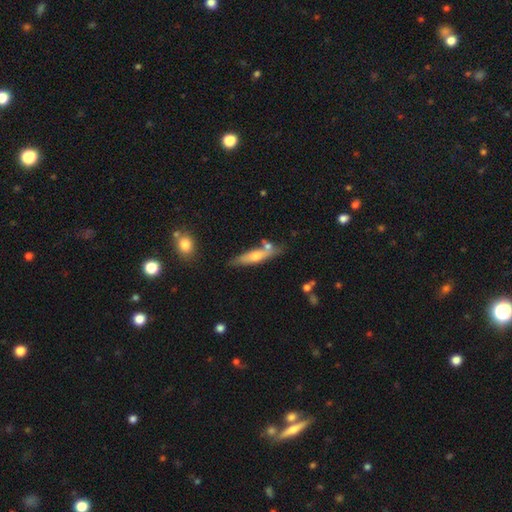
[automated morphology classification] Smooth or featured: smooth — 50% (featured or disk — 44%)
How rounded: cigar-shaped — 71% (in between — 27%)
Merging: none — 64% (minor disturbance — 17%)